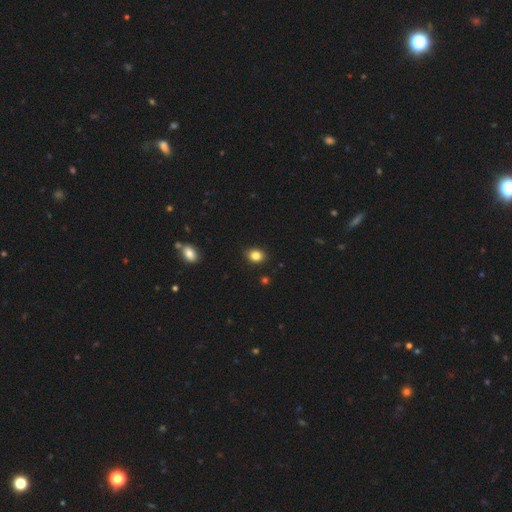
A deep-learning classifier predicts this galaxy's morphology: type=smooth (84%); roundness=round (50%); merging=none (87%).